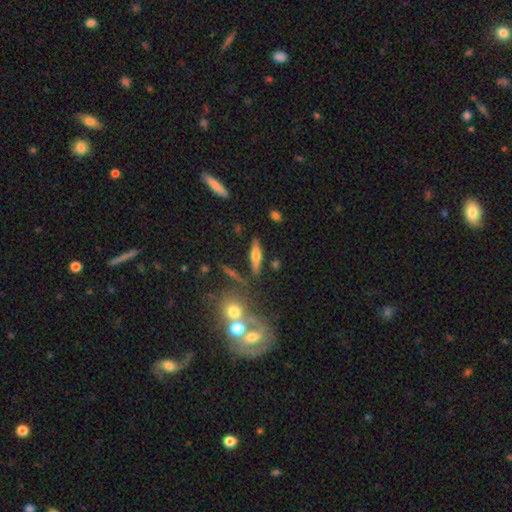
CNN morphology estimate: Smooth or featured? Predicted: featured or disk (p=0.46). Merging? Predicted: none (p=0.81).